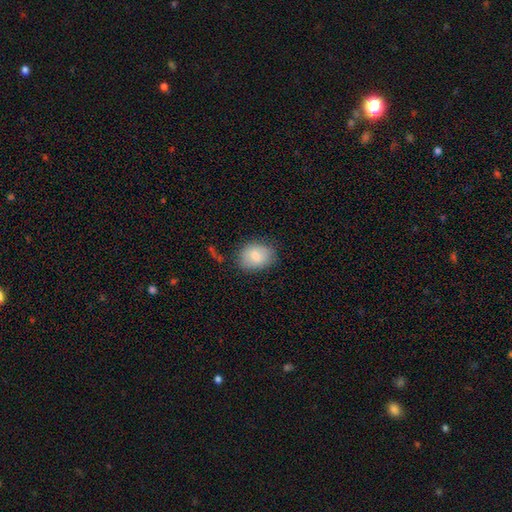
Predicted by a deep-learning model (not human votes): smooth-or-featured: smooth: 80% | featured or disk: 12% | star or artifact: 8%
  how-rounded: in between: 57% | round: 42% | cigar-shaped: 1%
  merging: none: 76% | minor disturbance: 17% | major disturbance: 4% | merger: 3%